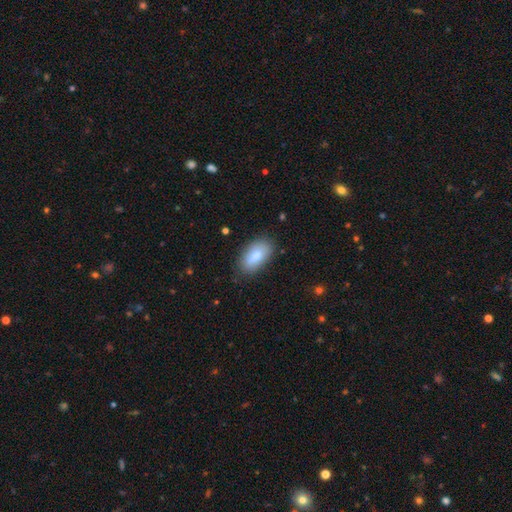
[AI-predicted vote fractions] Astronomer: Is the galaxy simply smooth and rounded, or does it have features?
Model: smooth — 82%.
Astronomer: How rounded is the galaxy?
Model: in between — 93%.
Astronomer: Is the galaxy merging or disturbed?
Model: none — 80%.